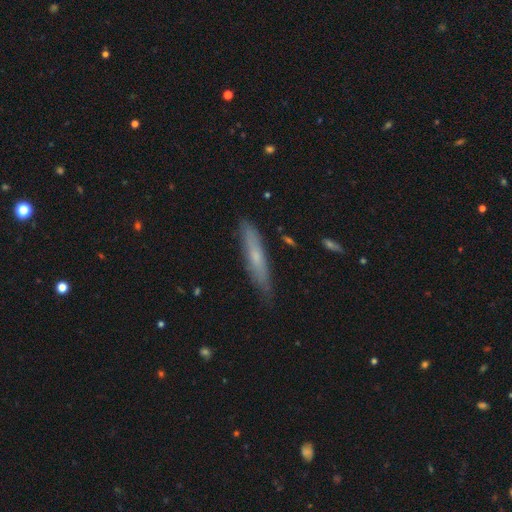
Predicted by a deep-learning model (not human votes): A smooth galaxy with no disk features (55%) that is cigar-shaped (90%).

Vote fractions:
- Smooth or featured? smooth: 55% / featured or disk: 38% / star or artifact: 7%
- How rounded? cigar-shaped: 90% / in between: 9% / round: 1%
- Merging? none: 82% / minor disturbance: 14% / major disturbance: 2% / merger: 1%